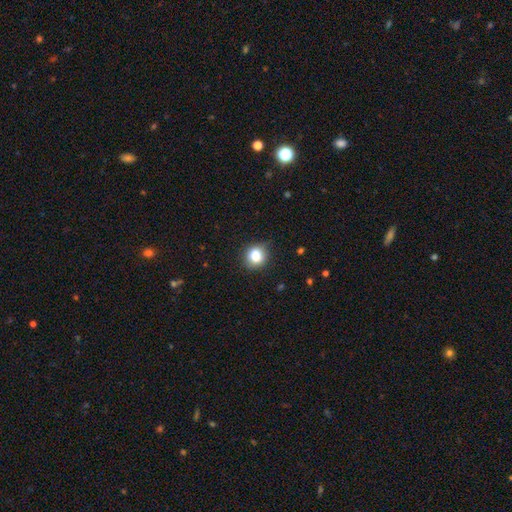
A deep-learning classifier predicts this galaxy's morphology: smooth-or-featured: smooth: 83% | star or artifact: 11% | featured or disk: 6%
  how-rounded: round: 80% | in between: 19% | cigar-shaped: 1%
  merging: none: 83% | minor disturbance: 13% | major disturbance: 3% | merger: 1%